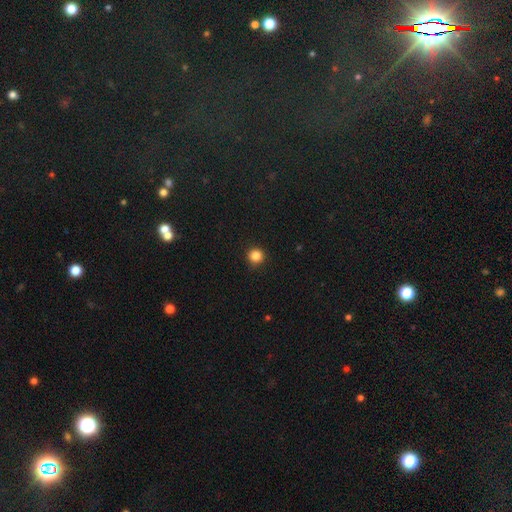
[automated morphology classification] Overall: smooth (85%). How rounded: round (95%). Merging: none (92%).